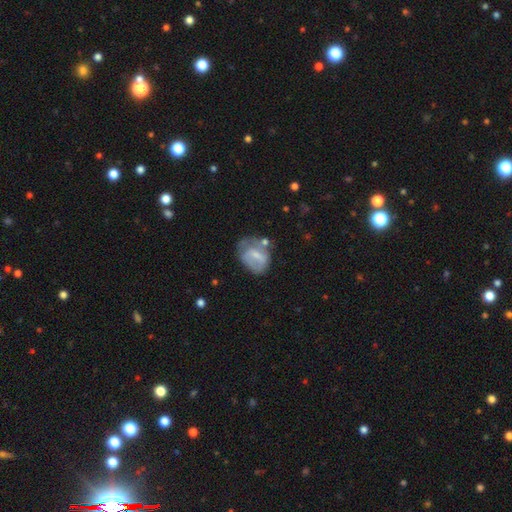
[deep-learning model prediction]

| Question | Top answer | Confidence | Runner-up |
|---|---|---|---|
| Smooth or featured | smooth | 47% | featured or disk (46%) |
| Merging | none | 37% | minor disturbance (31%) |